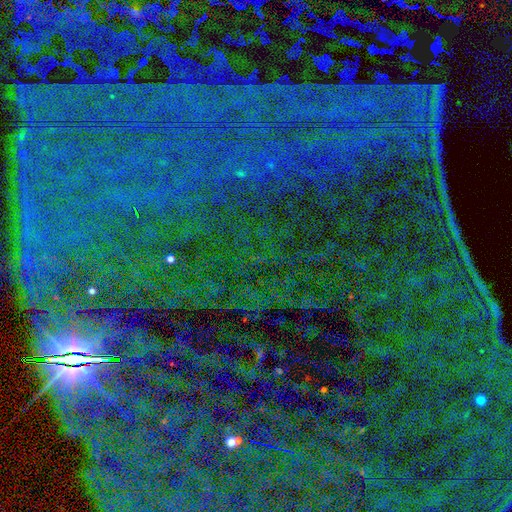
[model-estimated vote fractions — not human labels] The model was most divided on "smooth or featured": star or artifact: 87%, featured or disk: 6%, smooth: 6%.